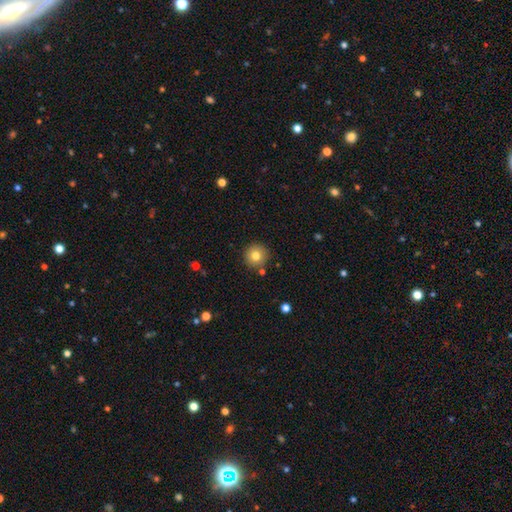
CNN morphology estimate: Overall: smooth (80%). How rounded: round (95%). Merging: none (86%).